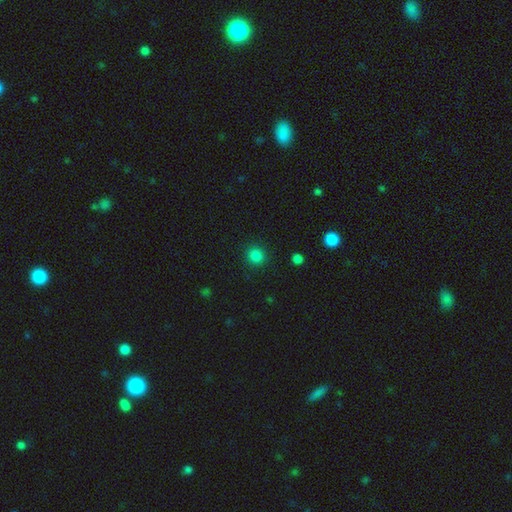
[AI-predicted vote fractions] This is clearly a smooth galaxy (84%). How rounded: clearly round (92%). Merging: clearly none (91%).